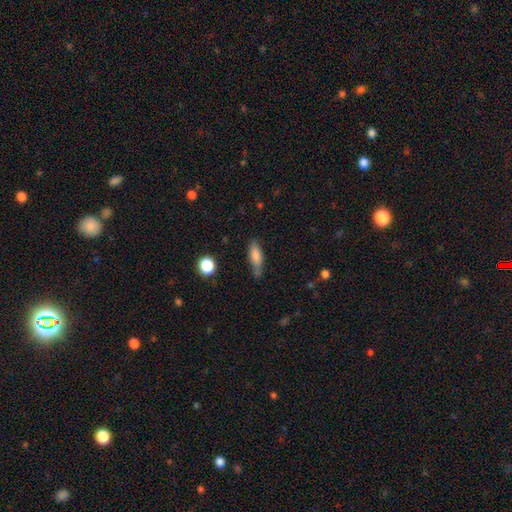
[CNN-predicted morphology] Smooth or featured? smooth (78%)
How rounded? in between (54%)
Merging? none (60%)